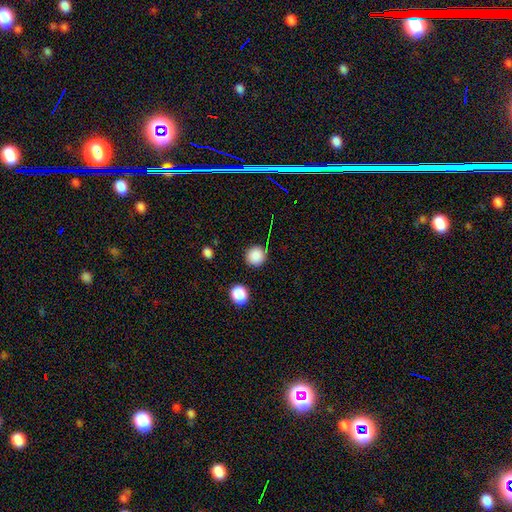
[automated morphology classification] smooth_or_featured: smooth (p=0.86) [alt: star or artifact p=0.10]
how_rounded: round (p=0.91) [alt: in between p=0.08]
merging: none (p=0.85) [alt: minor disturbance p=0.10]